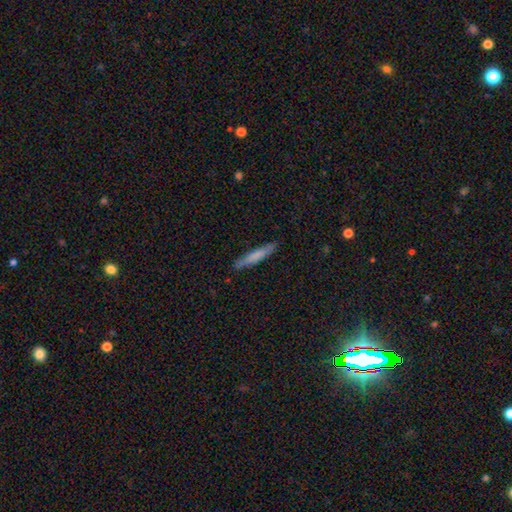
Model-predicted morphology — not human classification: Smooth or featured? Predicted: smooth (p=0.70). How rounded? Predicted: cigar-shaped (p=0.94). Merging? Predicted: none (p=0.87).